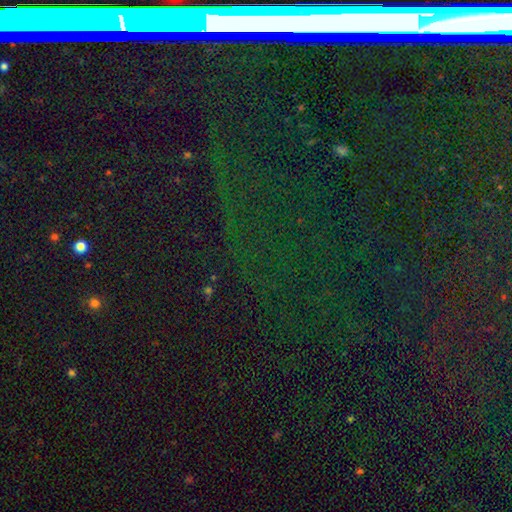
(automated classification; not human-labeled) This appears to be a star or artifact, not a galaxy (83%).